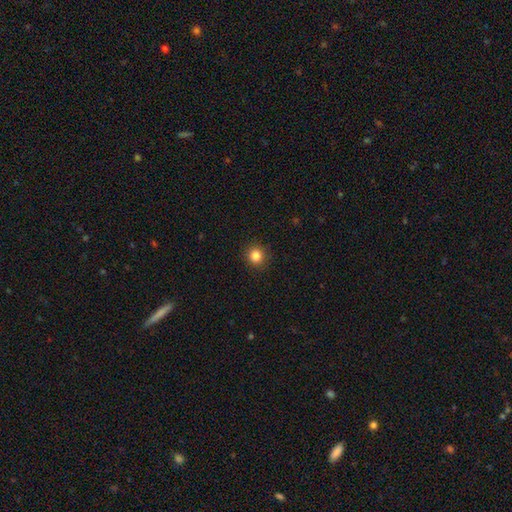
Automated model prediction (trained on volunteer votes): Smooth or featured?
  - smooth: 85% *
  - star or artifact: 11%
  - featured or disk: 4%
How rounded?
  - round: 92% *
  - in between: 7%
  - cigar-shaped: 1%
Merging?
  - none: 91% *
  - minor disturbance: 6%
  - major disturbance: 2%
  - merger: 1%